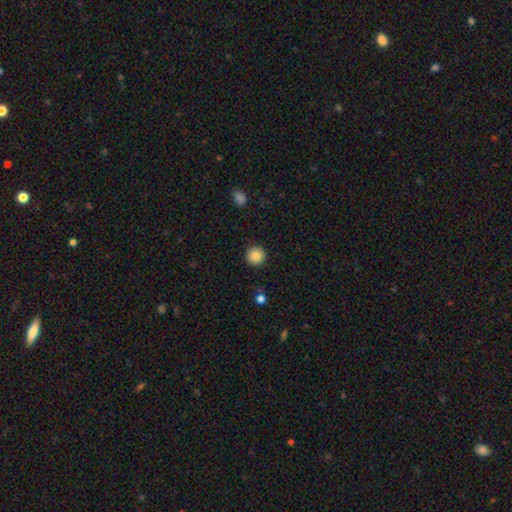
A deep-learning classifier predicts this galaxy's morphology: Overall: smooth (86%). How rounded: round (96%). Merging: none (92%).